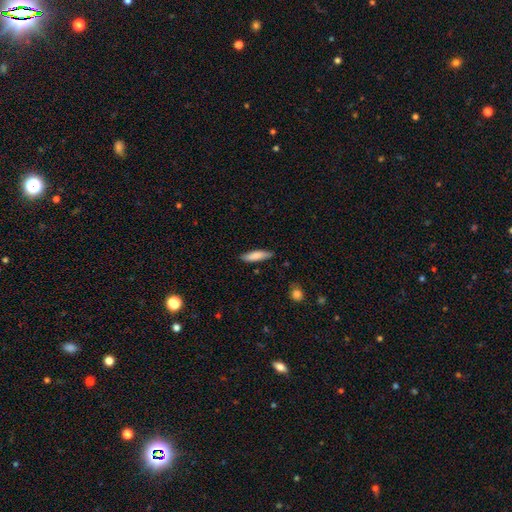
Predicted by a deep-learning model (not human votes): Smooth or featured? smooth (80%)
How rounded? cigar-shaped (71%)
Merging? none (85%)